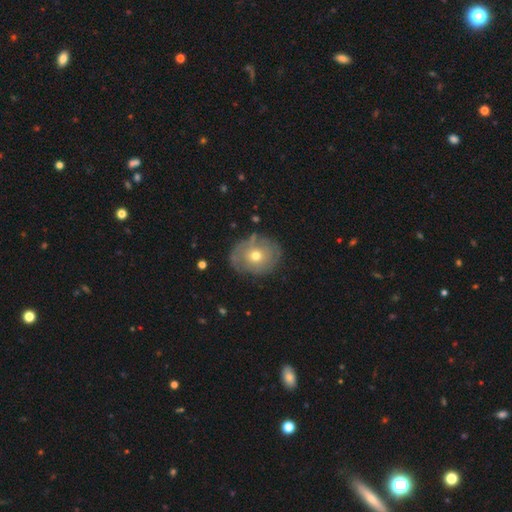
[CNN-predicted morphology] This is possibly a smooth galaxy (49%). Merging: likely none (72%).